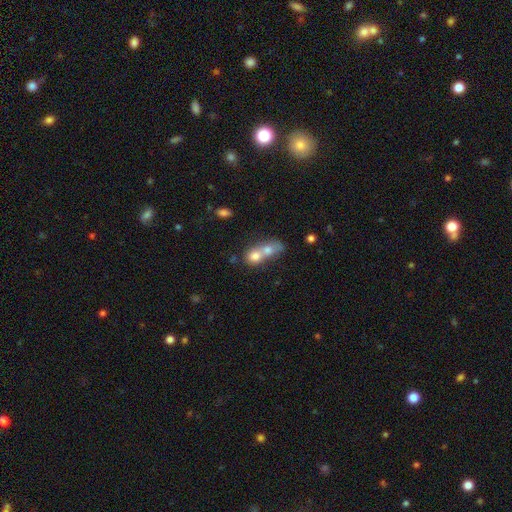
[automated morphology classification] smooth-or-featured: smooth: 70% | featured or disk: 21% | star or artifact: 9%
  how-rounded: round: 50% | in between: 46% | cigar-shaped: 4%
  merging: merger: 75% | none: 16% | minor disturbance: 5% | major disturbance: 4%